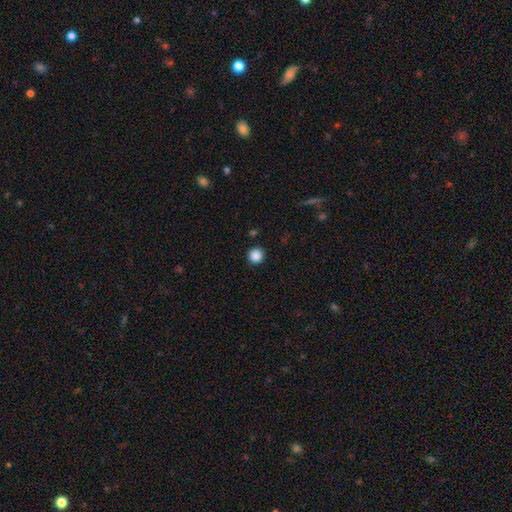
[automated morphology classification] A smooth galaxy with no disk features (87%) that is round (95%).

Vote fractions:
- Smooth or featured? smooth: 87% / star or artifact: 10% / featured or disk: 3%
- How rounded? round: 95% / in between: 4% / cigar-shaped: 1%
- Merging? none: 91% / minor disturbance: 5% / major disturbance: 2% / merger: 1%